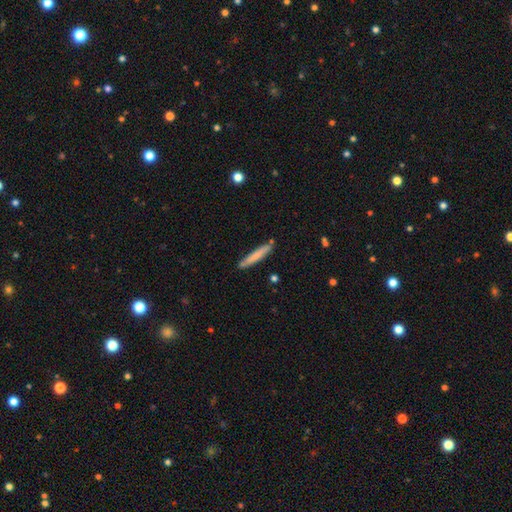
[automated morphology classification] Smooth or featured?
  - smooth: 74% *
  - featured or disk: 20%
  - star or artifact: 6%
How rounded?
  - cigar-shaped: 94% *
  - in between: 4%
  - round: 1%
Merging?
  - none: 84% *
  - minor disturbance: 11%
  - merger: 3%
  - major disturbance: 2%